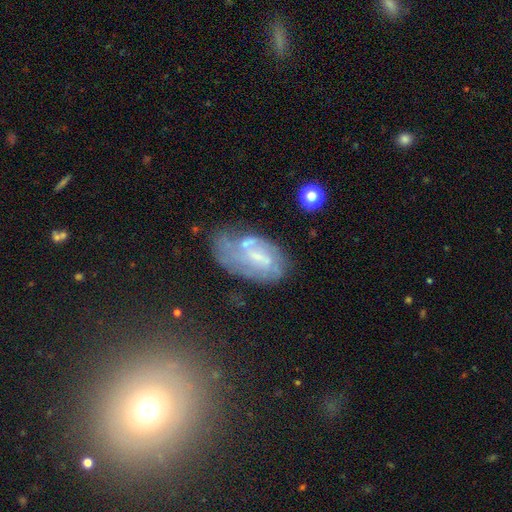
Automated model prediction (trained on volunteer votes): Smooth or featured? featured or disk (61%)
Edge-on disk? no (95%)
Bar? no (49%)
Spiral arms? yes (62%)
Bulge size? small (51%)
Merging? none (46%)